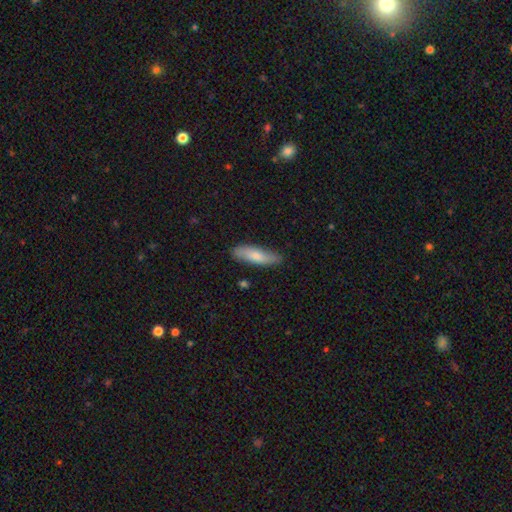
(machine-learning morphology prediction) Smooth or featured?
  - smooth: 74% *
  - featured or disk: 21%
  - star or artifact: 6%
How rounded?
  - cigar-shaped: 58% *
  - in between: 41%
  - round: 2%
Merging?
  - none: 81% *
  - minor disturbance: 15%
  - major disturbance: 2%
  - merger: 2%